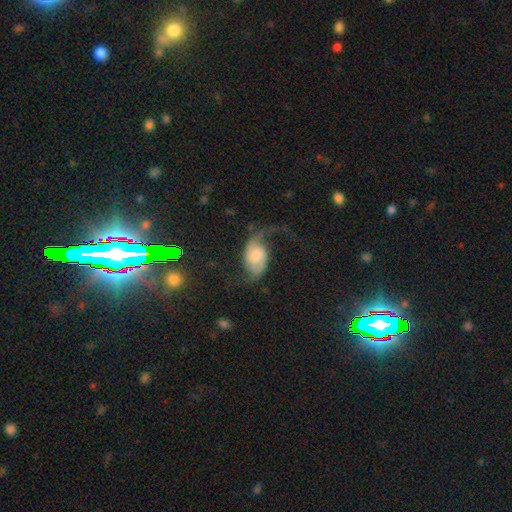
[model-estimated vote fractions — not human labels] The model was most divided on "bulge size": moderate: 31%, small: 23%, large: 22%, none: 17%, dominant: 7%. Remaining: edge-on disk — no (97%); spiral arms — yes (95%); spiral arm count — 2 (88%); smooth or featured — featured or disk (80%); spiral winding — loose (79%); bar — no (56%); merging — none (49%).